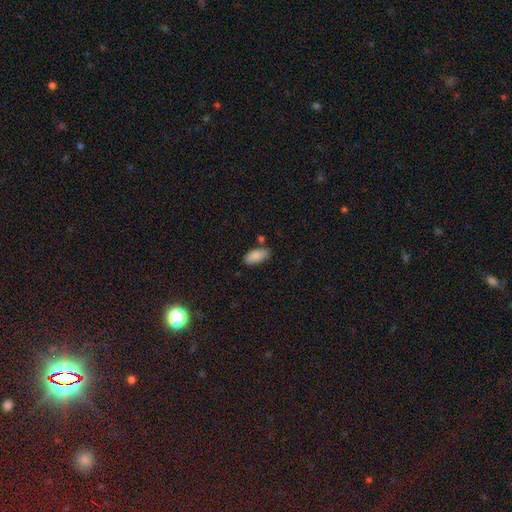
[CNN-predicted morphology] This is clearly a smooth galaxy (87%). How rounded: clearly in between (91%). Merging: likely none (72%).